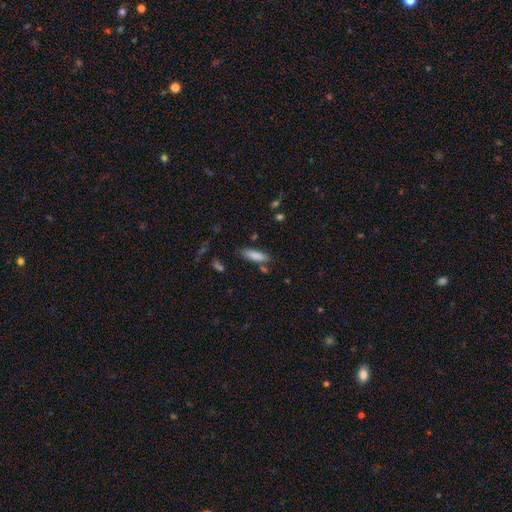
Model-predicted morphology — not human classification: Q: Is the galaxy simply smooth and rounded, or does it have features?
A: smooth — 84%.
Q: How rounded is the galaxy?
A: cigar-shaped — 56%.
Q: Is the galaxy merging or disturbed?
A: none — 75%.